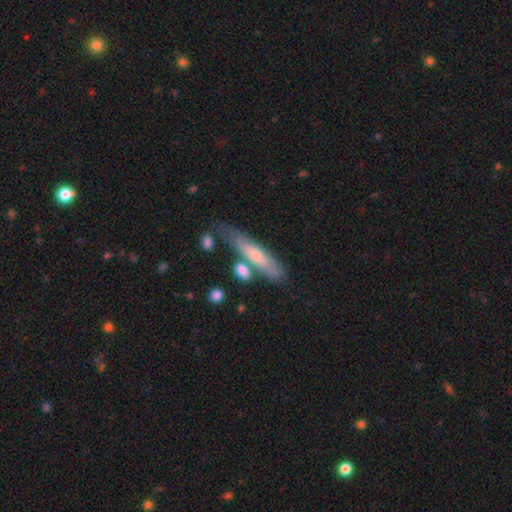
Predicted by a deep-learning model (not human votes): The model was most divided on "smooth or featured": smooth: 58%, featured or disk: 36%, star or artifact: 6%. More confident: how rounded — cigar-shaped (79%); merging — none (61%).